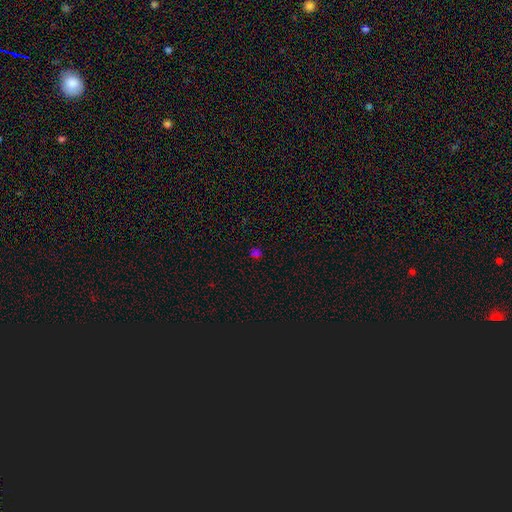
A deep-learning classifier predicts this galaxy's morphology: A smooth galaxy with no disk features (55%) that is round (69%). Merging: none (77%).